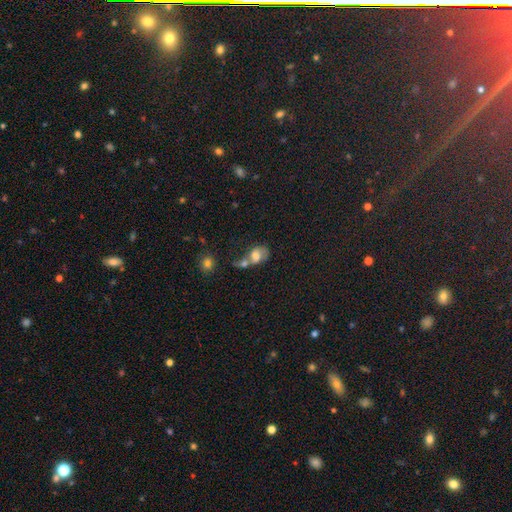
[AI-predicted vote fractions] Smooth or featured? Predicted: smooth (p=0.58). How rounded? Predicted: in between (p=0.69). Merging? Predicted: merger (p=0.60).